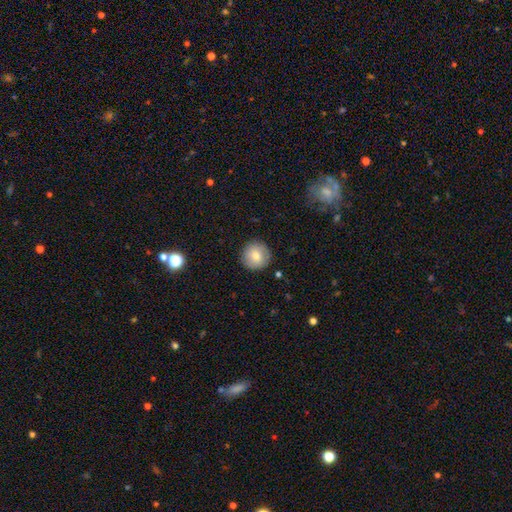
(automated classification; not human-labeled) smooth_or_featured: smooth (p=0.76) [alt: featured or disk p=0.16]
how_rounded: round (p=0.95) [alt: in between p=0.04]
merging: none (p=0.89) [alt: minor disturbance p=0.08]